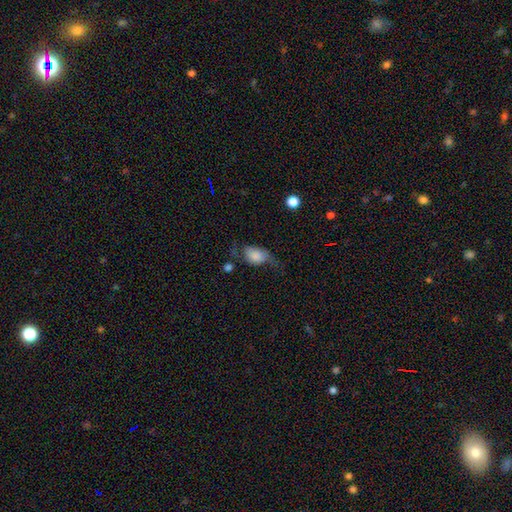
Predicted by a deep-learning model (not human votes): This is likely a smooth galaxy (63%). How rounded: clearly in between (82%). Merging: marginally none (37%).